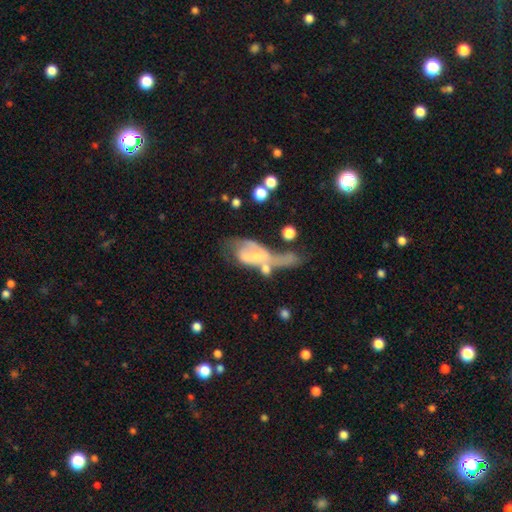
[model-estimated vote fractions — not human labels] A featured or disk galaxy (61%) with no bar (47%), spiral arms (62%) and a small central bulge (49%). Merging: major disturbance (35%).